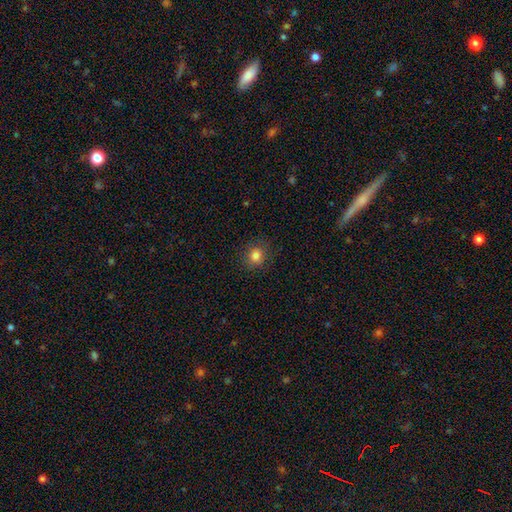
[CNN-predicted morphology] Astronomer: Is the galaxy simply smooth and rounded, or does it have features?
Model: smooth — 82%.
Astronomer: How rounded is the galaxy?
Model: round — 82%.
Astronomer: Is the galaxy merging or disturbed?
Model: none — 86%.